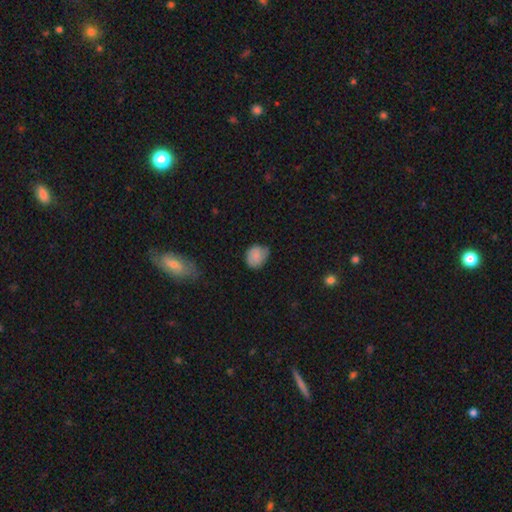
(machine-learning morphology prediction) Smooth or featured? Predicted: smooth (p=0.75). How rounded? Predicted: round (p=0.53). Merging? Predicted: none (p=0.55).